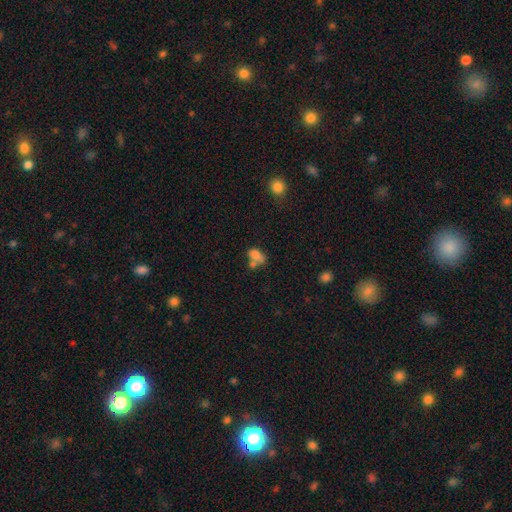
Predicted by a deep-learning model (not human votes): This is likely a smooth galaxy (77%). How rounded: clearly in between (83%). Merging: marginally merger (44%).